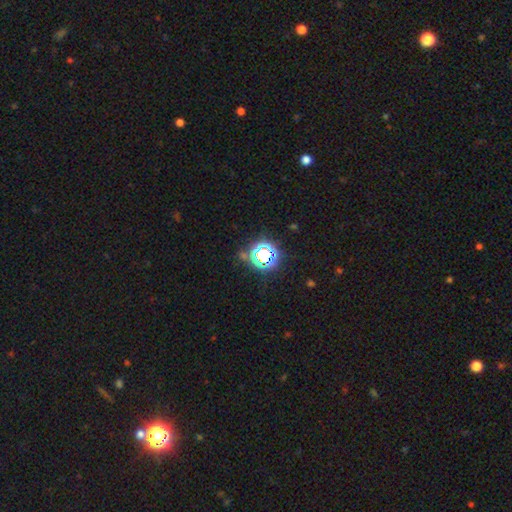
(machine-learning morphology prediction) The model was most divided on "smooth or featured": star or artifact: 74%, smooth: 18%, featured or disk: 8%.